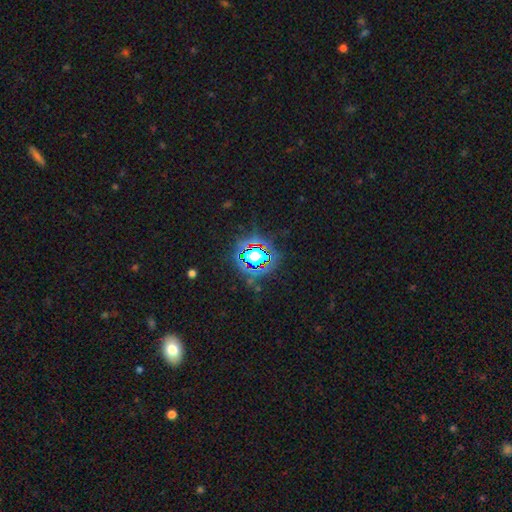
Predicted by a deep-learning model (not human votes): star or artifact 75%, smooth 15%, featured or disk 10%.